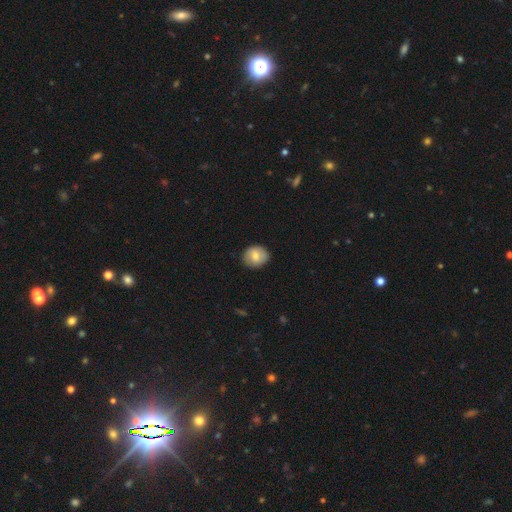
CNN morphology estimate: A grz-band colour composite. It shows a smooth galaxy with no disk features (75%) that is round (68%). Merging: none (85%).